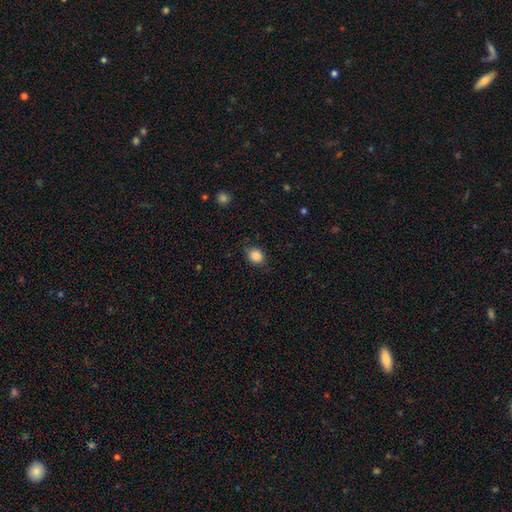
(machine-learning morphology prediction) type=smooth (86%); roundness=round (63%); merging=none (78%).